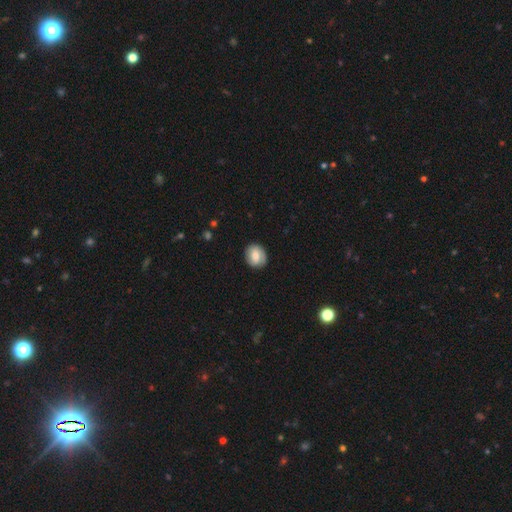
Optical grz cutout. It shows a smooth galaxy with no disk features (62%) that is round (56%). Merging: none (87%).